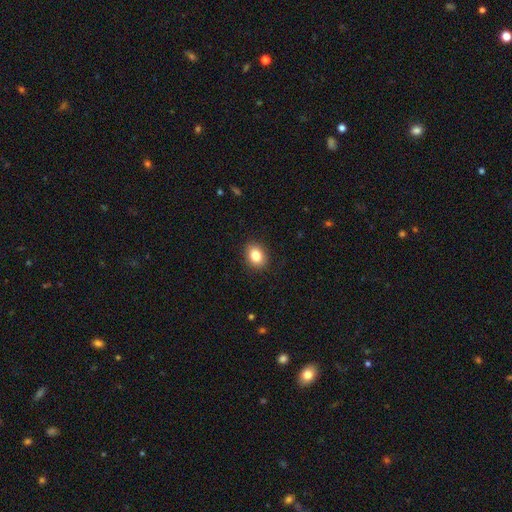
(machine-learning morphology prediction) type=smooth (83%); roundness=in between (57%); merging=none (90%).